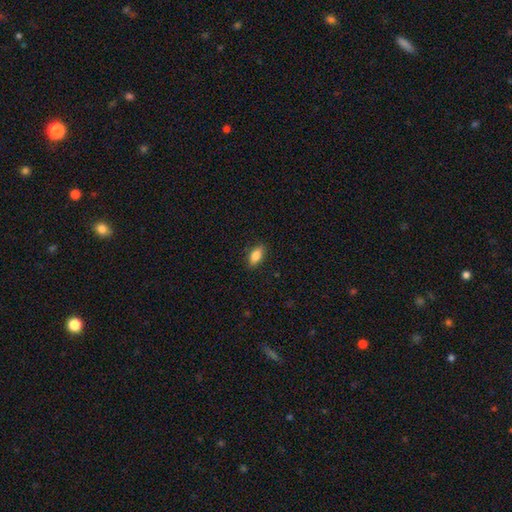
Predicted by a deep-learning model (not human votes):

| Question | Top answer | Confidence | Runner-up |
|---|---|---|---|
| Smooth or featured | smooth | 85% | star or artifact (8%) |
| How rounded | in between | 87% | cigar-shaped (9%) |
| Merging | none | 87% | minor disturbance (10%) |